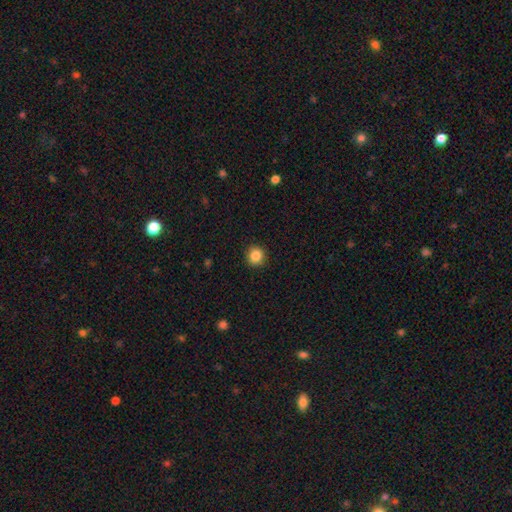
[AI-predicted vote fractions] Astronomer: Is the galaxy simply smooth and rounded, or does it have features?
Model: smooth — 85%.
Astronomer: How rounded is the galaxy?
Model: round — 90%.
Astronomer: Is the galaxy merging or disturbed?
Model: none — 92%.